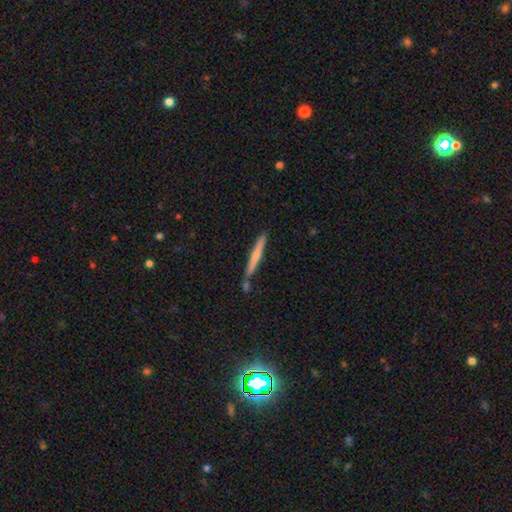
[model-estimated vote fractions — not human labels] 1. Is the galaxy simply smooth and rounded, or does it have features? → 55% smooth, 40% featured or disk, 6% star or artifact.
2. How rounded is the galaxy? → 96% cigar-shaped, 3% in between, 1% round.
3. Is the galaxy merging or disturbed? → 78% none, 11% minor disturbance, 9% merger, 2% major disturbance.